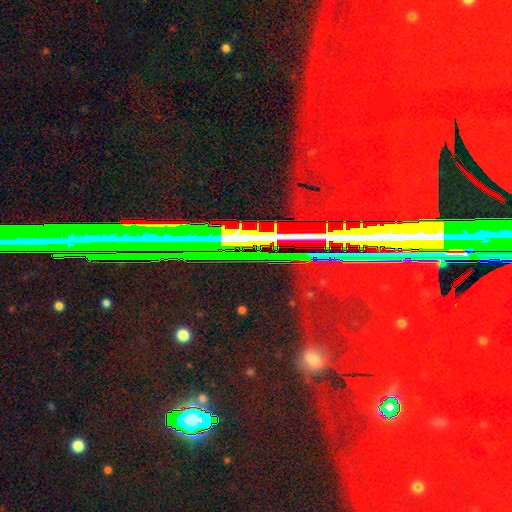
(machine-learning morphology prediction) Smooth or featured?
  - star or artifact: 78% *
  - featured or disk: 12%
  - smooth: 9%